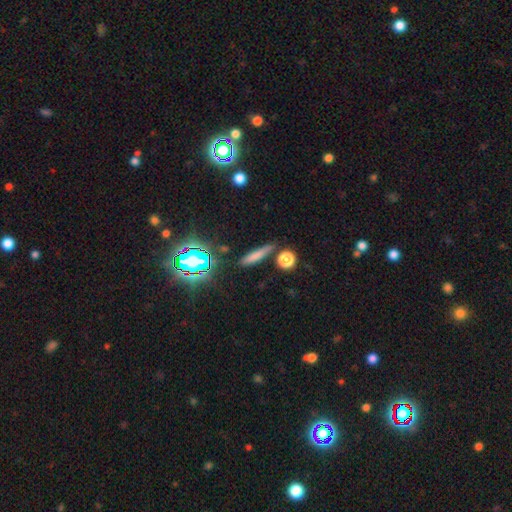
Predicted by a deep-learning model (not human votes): smooth-or-featured: smooth: 69% | featured or disk: 16% | star or artifact: 14%
  how-rounded: cigar-shaped: 83% | in between: 12% | round: 4%
  merging: none: 78% | minor disturbance: 13% | merger: 6% | major disturbance: 4%